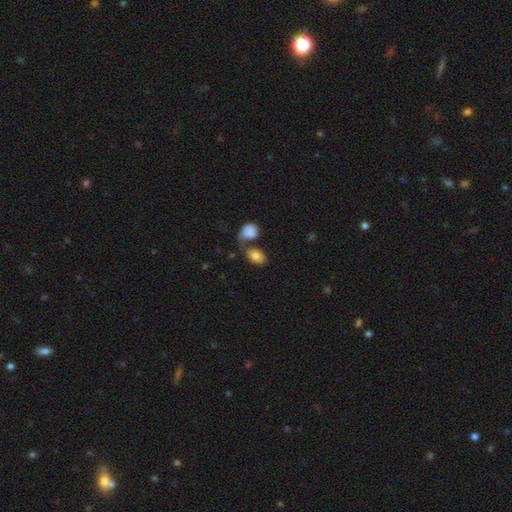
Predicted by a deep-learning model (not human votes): The model was most divided on "merging": none: 44%, merger: 36%, minor disturbance: 13%, major disturbance: 7%. More confident: how rounded — in between (85%); smooth or featured — smooth (82%).